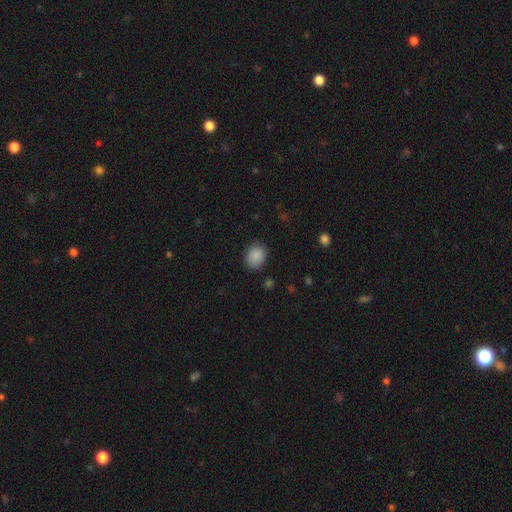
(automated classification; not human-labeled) smooth-or-featured: smooth: 88% | star or artifact: 8% | featured or disk: 4%
  how-rounded: round: 55% | in between: 44% | cigar-shaped: 1%
  merging: none: 82% | minor disturbance: 13% | major disturbance: 3% | merger: 1%